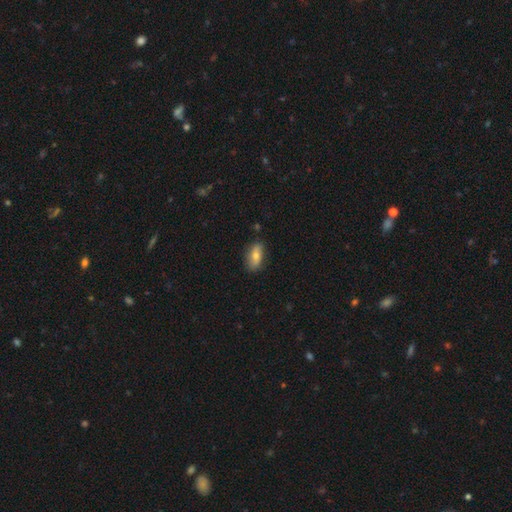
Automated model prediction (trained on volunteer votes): A smooth galaxy with no disk features (70%) that is in between round and cigar-shaped (86%). Merging: none (81%).